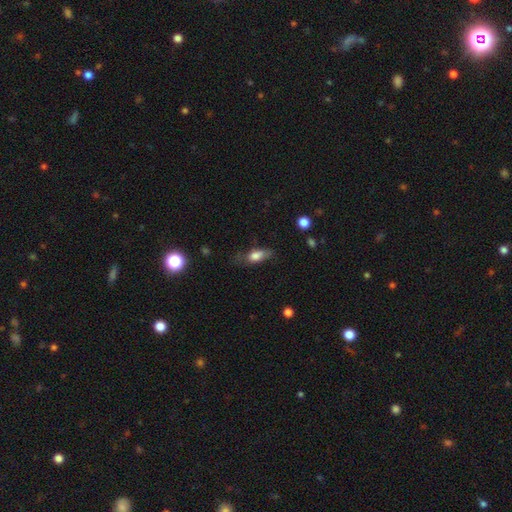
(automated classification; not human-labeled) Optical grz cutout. It shows a smooth galaxy with no disk features (70%) that is in between round and cigar-shaped (73%). Merging: none (53%).